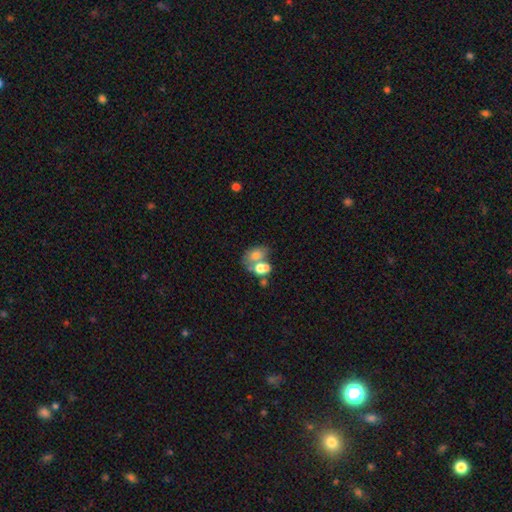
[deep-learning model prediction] Smooth or featured? smooth (68%)
How rounded? in between (71%)
Merging? merger (62%)